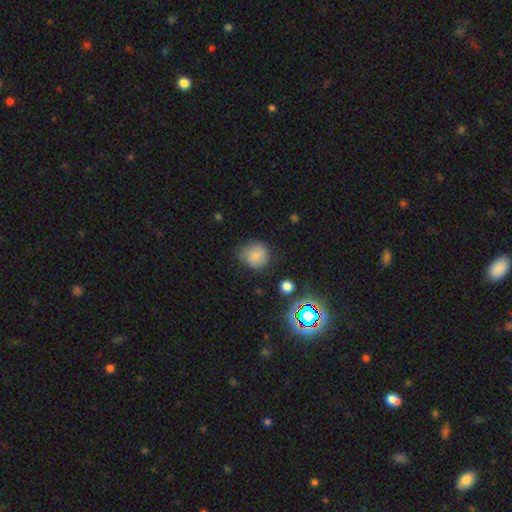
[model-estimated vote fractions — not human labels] This appears to be a smooth galaxy with no disk features (75%) that is round (81%). Merging: none (63%).